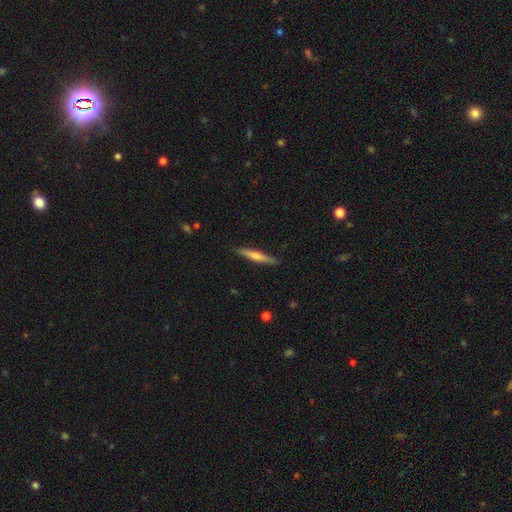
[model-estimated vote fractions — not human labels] smooth-or-featured: featured or disk: 51% | smooth: 43% | star or artifact: 6%
  disk-edge-on: yes: 96% | no: 4%
  merging: none: 90% | minor disturbance: 7% | major disturbance: 1% | merger: 1%